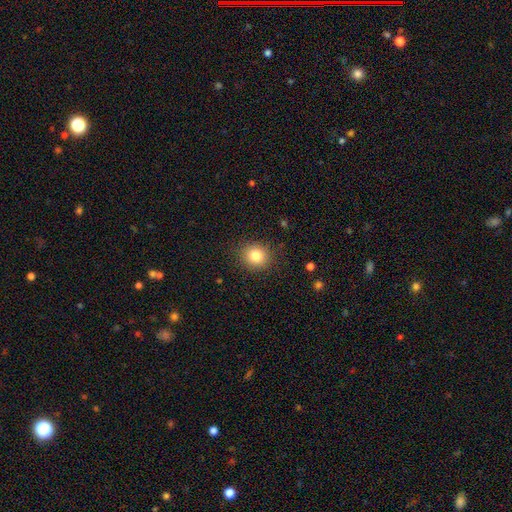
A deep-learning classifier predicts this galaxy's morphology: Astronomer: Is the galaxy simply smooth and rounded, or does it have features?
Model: smooth — 82%.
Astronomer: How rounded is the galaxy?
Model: round — 82%.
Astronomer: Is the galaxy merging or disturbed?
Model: none — 88%.